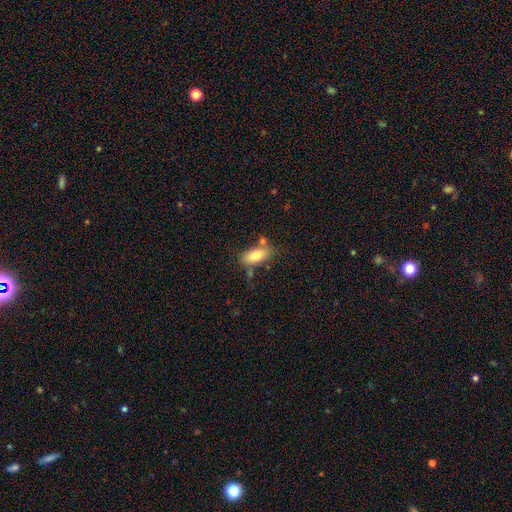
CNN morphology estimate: Q: Smooth or featured?
A: smooth (80%); runner-up: featured or disk (13%)
Q: How rounded?
A: in between (87%); runner-up: cigar-shaped (10%)
Q: Merging?
A: none (66%); runner-up: minor disturbance (17%)